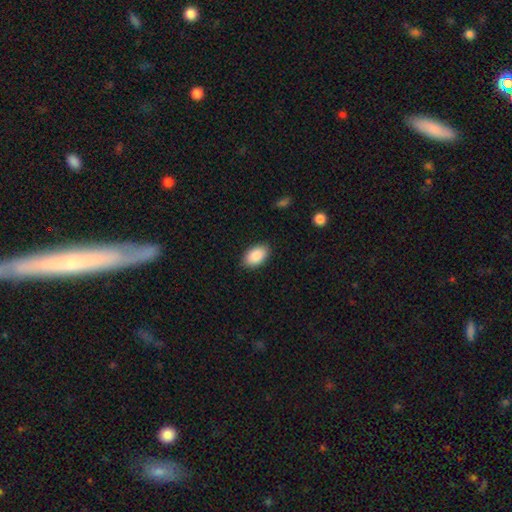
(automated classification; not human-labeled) smooth_or_featured: smooth (p=0.88) [alt: star or artifact p=0.07]
how_rounded: in between (p=0.93) [alt: round p=0.06]
merging: none (p=0.87) [alt: minor disturbance p=0.10]